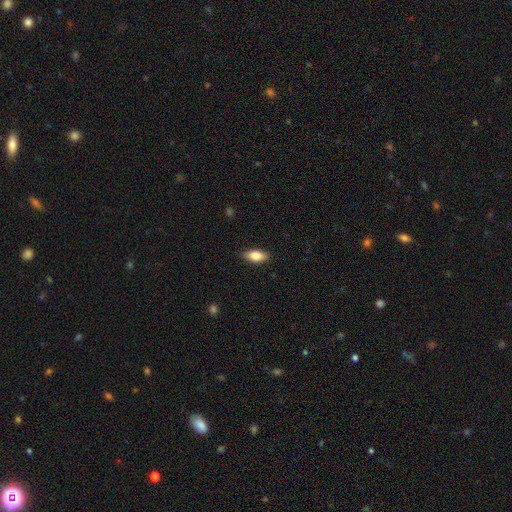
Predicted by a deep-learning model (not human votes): Smooth or featured: smooth — 77% (featured or disk — 16%)
How rounded: in between — 86% (cigar-shaped — 10%)
Merging: none — 87% (minor disturbance — 10%)